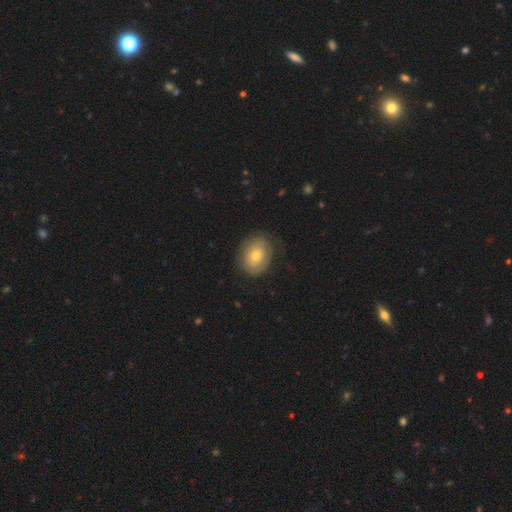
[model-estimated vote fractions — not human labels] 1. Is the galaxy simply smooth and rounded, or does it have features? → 57% smooth, 35% featured or disk, 8% star or artifact.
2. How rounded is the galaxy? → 53% in between, 46% round, 1% cigar-shaped.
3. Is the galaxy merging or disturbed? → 79% none, 15% minor disturbance, 6% major disturbance, 1% merger.